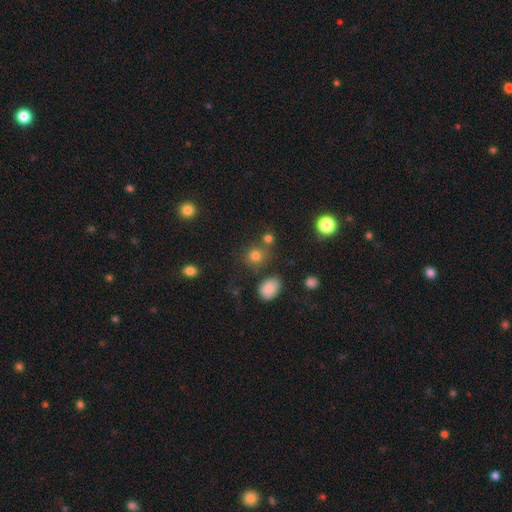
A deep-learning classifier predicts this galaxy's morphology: The model was most divided on "merging": none: 70%, merger: 15%, minor disturbance: 11%, major disturbance: 5%. More confident: how rounded — round (82%); smooth or featured — smooth (76%).